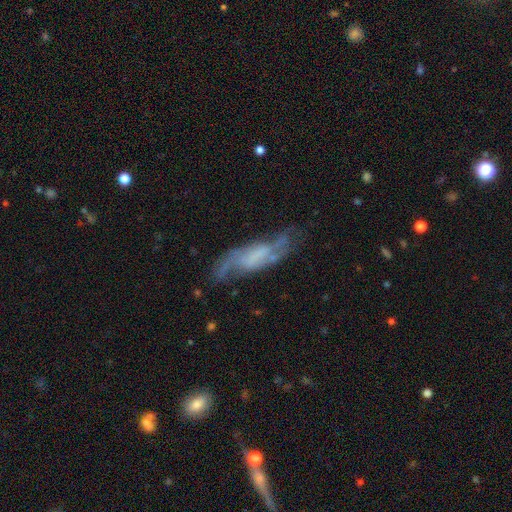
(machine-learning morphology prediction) Smooth or featured: featured or disk — 73% (smooth — 19%)
Edge-on disk: no — 82% (yes — 18%)
Bar: no — 41% (weak — 40%)
Spiral arms: yes — 88% (no — 12%)
Spiral winding: medium — 41% (tied with loose — 41%)
Spiral arm count: 2 — 71% (can't tell — 17%)
Bulge size: none — 54% (small — 21%)
Merging: none — 61% (minor disturbance — 23%)